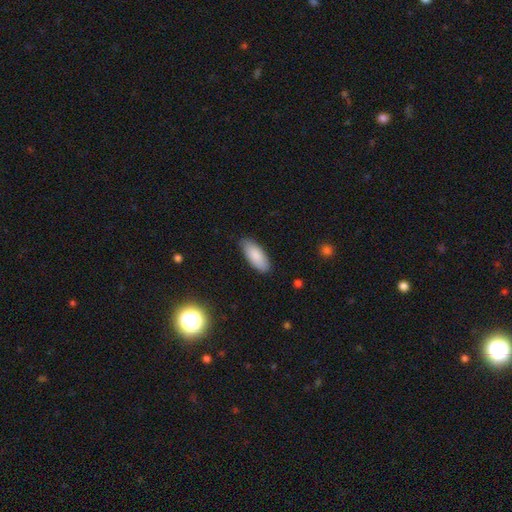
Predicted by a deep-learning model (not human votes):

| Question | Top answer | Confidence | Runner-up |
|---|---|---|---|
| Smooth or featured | smooth | 86% | featured or disk (8%) |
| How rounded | in between | 82% | cigar-shaped (16%) |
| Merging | none | 84% | minor disturbance (13%) |